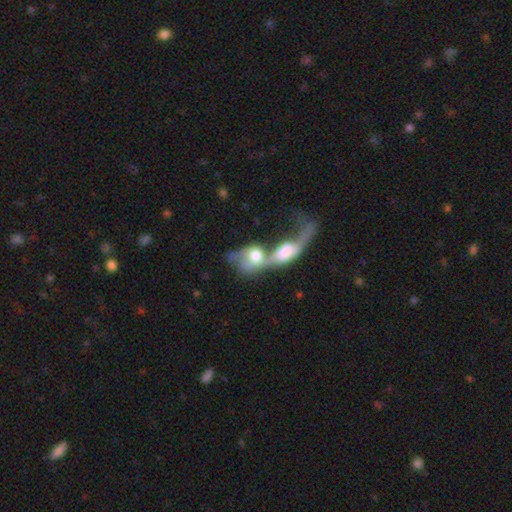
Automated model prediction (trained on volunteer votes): featured or disk 51%, smooth 40%, star or artifact 9%. Down the decision tree: edge-on disk — no (85%); merging — merger (81%).